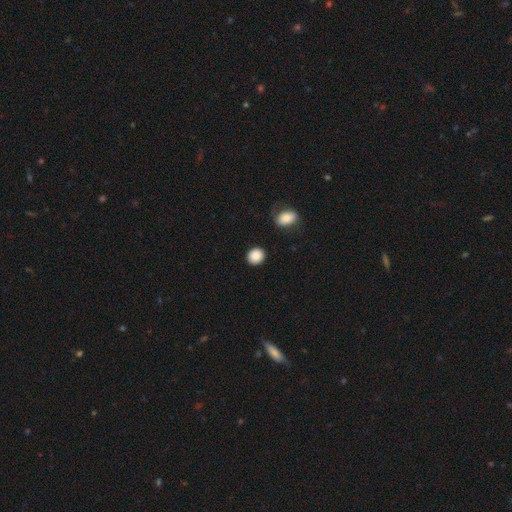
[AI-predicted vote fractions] A smooth galaxy with no disk features (88%) that is round (82%). Merging: none (89%).